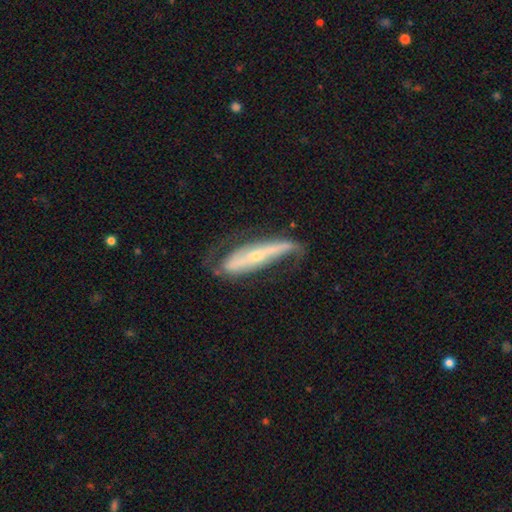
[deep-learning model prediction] smooth-or-featured: featured or disk: 75% | smooth: 19% | star or artifact: 6%
  disk-edge-on: no: 65% | yes: 35%
  merging: none: 48% | minor disturbance: 25% | major disturbance: 24% | merger: 3%